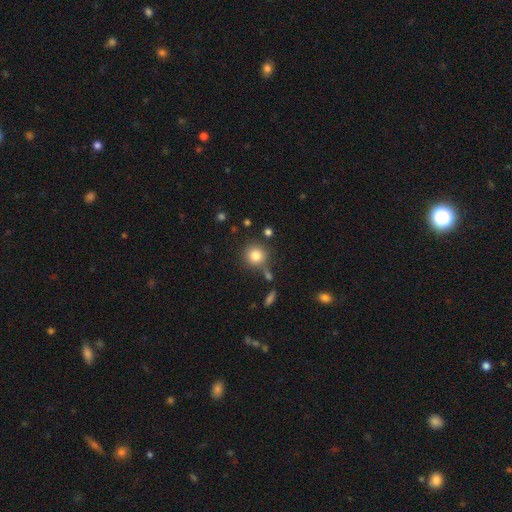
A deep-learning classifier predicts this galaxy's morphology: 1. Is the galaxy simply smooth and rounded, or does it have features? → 81% smooth, 11% star or artifact, 8% featured or disk.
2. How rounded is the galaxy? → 92% round, 7% in between, 1% cigar-shaped.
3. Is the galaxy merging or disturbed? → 76% none, 11% minor disturbance, 9% merger, 4% major disturbance.